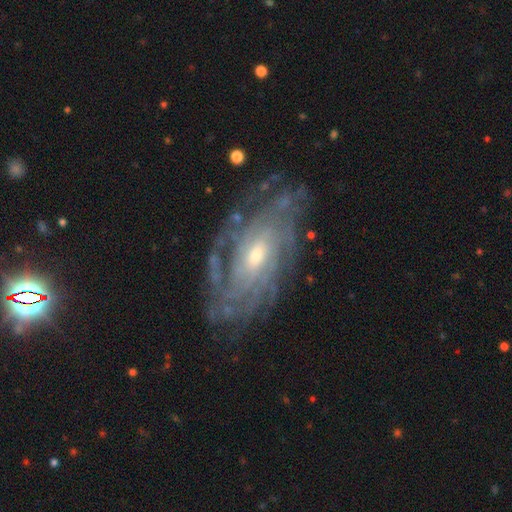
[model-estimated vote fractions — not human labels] Smooth or featured: featured or disk — 87% (smooth — 7%)
Edge-on disk: no — 94% (yes — 6%)
Bar: no — 54% (weak — 36%)
Spiral arms: yes — 95% (no — 5%)
Spiral winding: tight — 73% (medium — 22%)
Spiral arm count: can't tell — 45% (4 — 15%)
Bulge size: moderate — 48% (small — 47%)
Merging: none — 75% (minor disturbance — 16%)